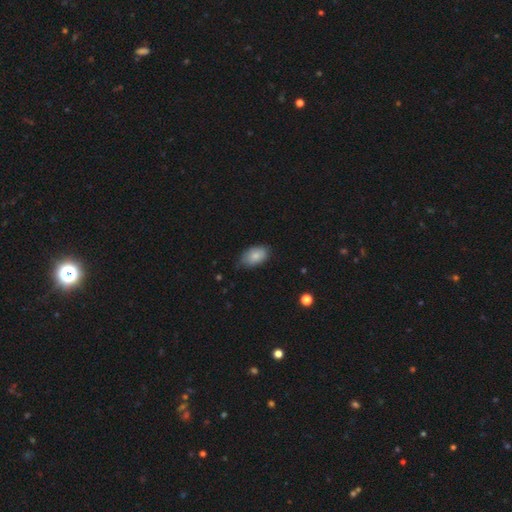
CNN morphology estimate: A smooth galaxy with no disk features (82%) that is in between round and cigar-shaped (92%).

Vote fractions:
- Smooth or featured? smooth: 82% / featured or disk: 11% / star or artifact: 7%
- How rounded? in between: 92% / round: 7% / cigar-shaped: 1%
- Merging? none: 67% / minor disturbance: 28% / major disturbance: 4% / merger: 1%